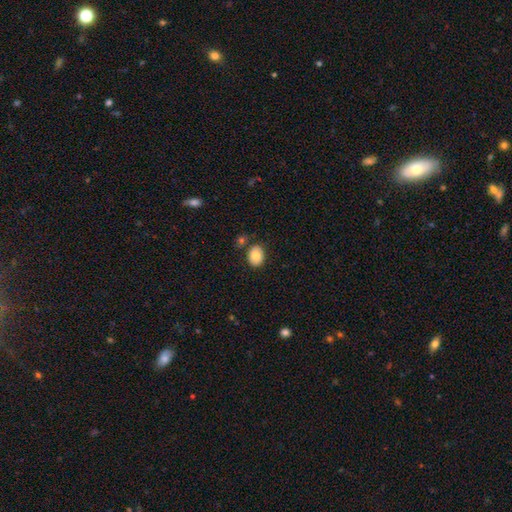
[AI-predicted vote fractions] Overall: smooth (84%). How rounded: in between (67%; round 32%). Merging: none (78%).